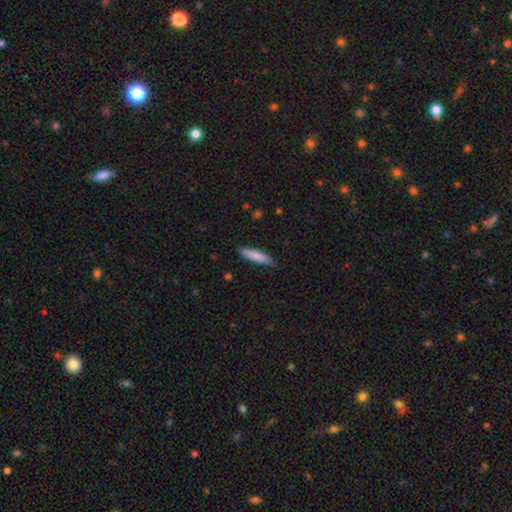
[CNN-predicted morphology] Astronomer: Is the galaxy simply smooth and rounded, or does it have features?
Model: smooth — 84%.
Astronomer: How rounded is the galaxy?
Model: cigar-shaped — 83%.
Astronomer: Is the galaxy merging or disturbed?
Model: none — 87%.